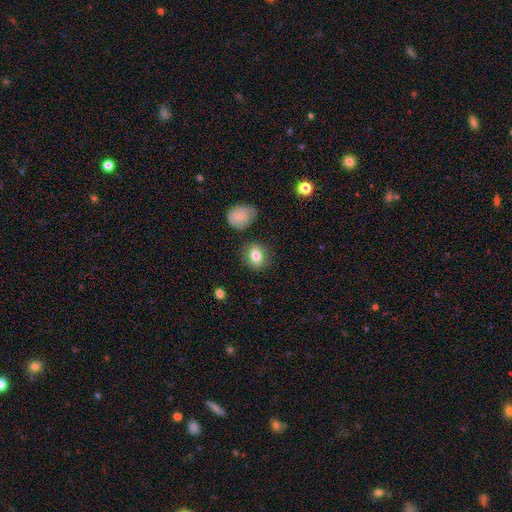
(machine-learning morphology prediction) Smooth or featured: smooth — 82% (featured or disk — 9%)
How rounded: round — 61% (in between — 38%)
Merging: none — 80% (minor disturbance — 13%)